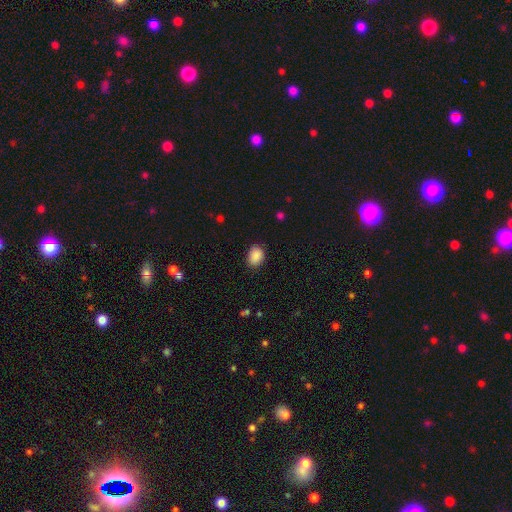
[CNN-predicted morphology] A smooth galaxy with no disk features (88%) that is in between round and cigar-shaped (66%).

Vote fractions:
- Smooth or featured? smooth: 88% / star or artifact: 8% / featured or disk: 4%
- How rounded? in between: 66% / round: 33% / cigar-shaped: 1%
- Merging? none: 82% / minor disturbance: 14% / major disturbance: 3% / merger: 1%